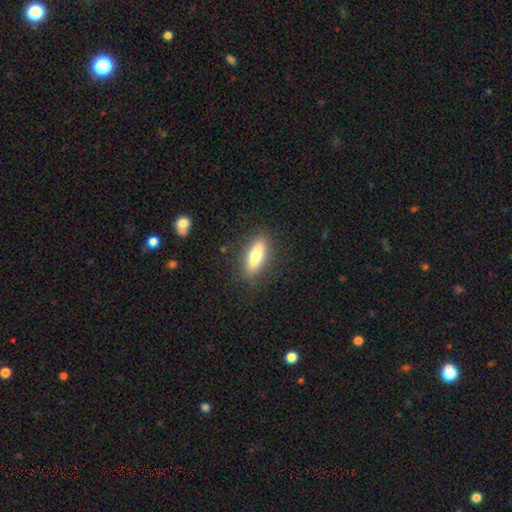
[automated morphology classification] This is likely a smooth galaxy (71%). How rounded: likely in between (61%). Merging: clearly none (86%).